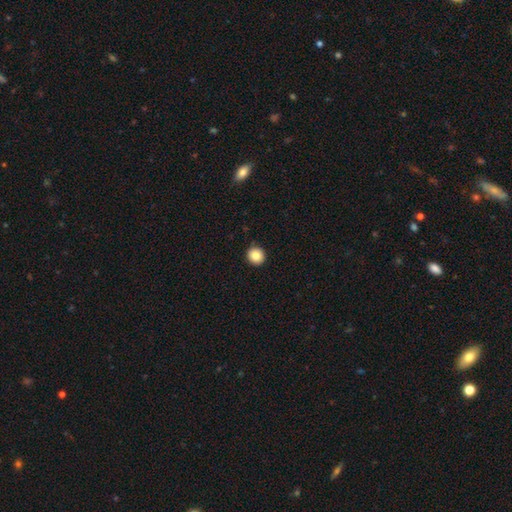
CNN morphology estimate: Smooth or featured?
  - smooth: 85% *
  - star or artifact: 9%
  - featured or disk: 6%
How rounded?
  - round: 94% *
  - in between: 5%
  - cigar-shaped: 1%
Merging?
  - none: 92% *
  - minor disturbance: 5%
  - major disturbance: 1%
  - merger: 1%